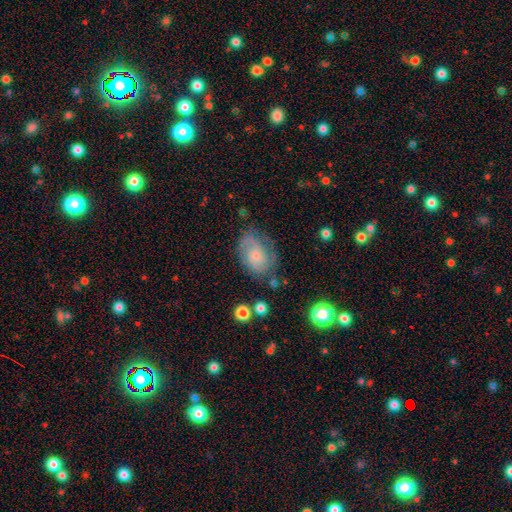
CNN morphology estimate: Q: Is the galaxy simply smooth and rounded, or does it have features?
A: featured or disk — 63%.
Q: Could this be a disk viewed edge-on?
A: no — 97%.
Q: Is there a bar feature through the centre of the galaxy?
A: no — 70%.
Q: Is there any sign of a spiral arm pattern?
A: yes — 88%.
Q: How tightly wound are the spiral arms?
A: medium — 42%.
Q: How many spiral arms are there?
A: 2 — 55%.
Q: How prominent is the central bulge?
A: small — 60%.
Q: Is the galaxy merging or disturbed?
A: none — 64%.